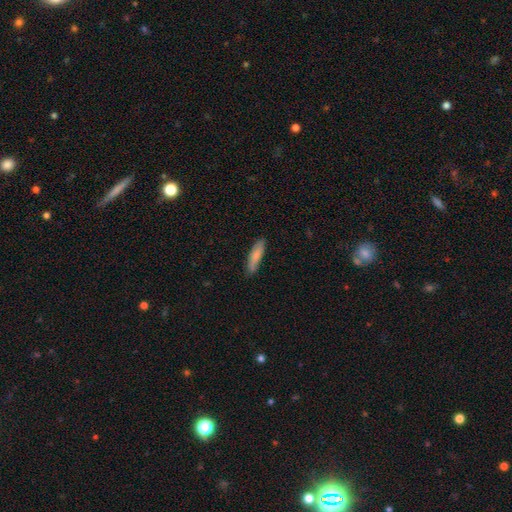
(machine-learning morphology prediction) A smooth galaxy with no disk features (80%) that is cigar-shaped (74%). Merging: none (85%).